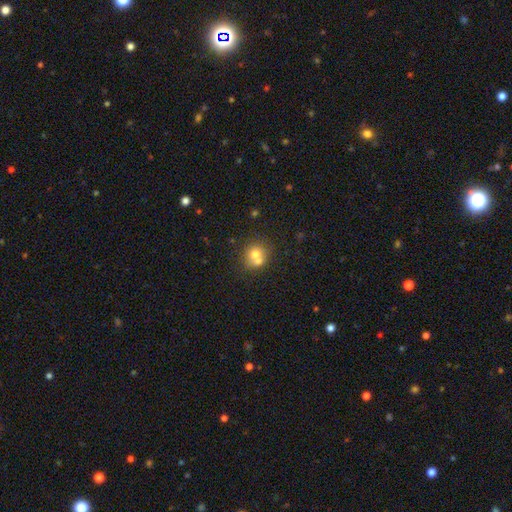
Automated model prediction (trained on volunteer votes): Smooth or featured?
  - smooth: 68% *
  - featured or disk: 20%
  - star or artifact: 12%
How rounded?
  - round: 81% *
  - in between: 18%
  - cigar-shaped: 1%
Merging?
  - none: 45% *
  - merger: 44%
  - minor disturbance: 9%
  - major disturbance: 3%